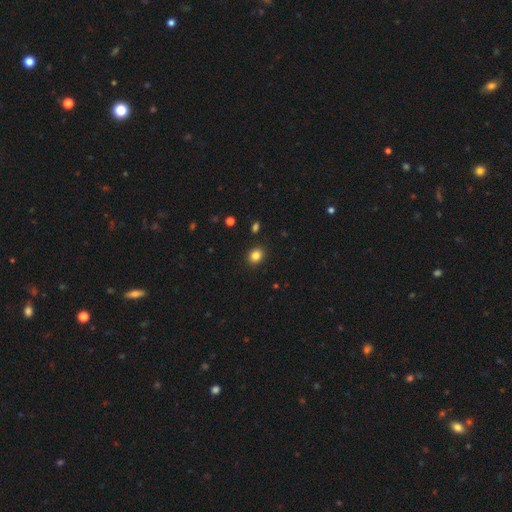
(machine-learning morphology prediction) This appears to be a smooth galaxy with no disk features (84%) that is round (63%). Merging: none (90%).